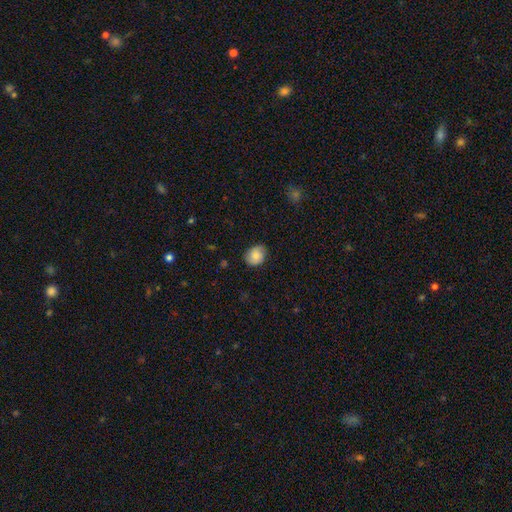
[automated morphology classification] smooth_or_featured: smooth (p=0.78) [alt: featured or disk p=0.15]
how_rounded: round (p=0.59) [alt: in between p=0.40]
merging: none (p=0.79) [alt: minor disturbance p=0.17]